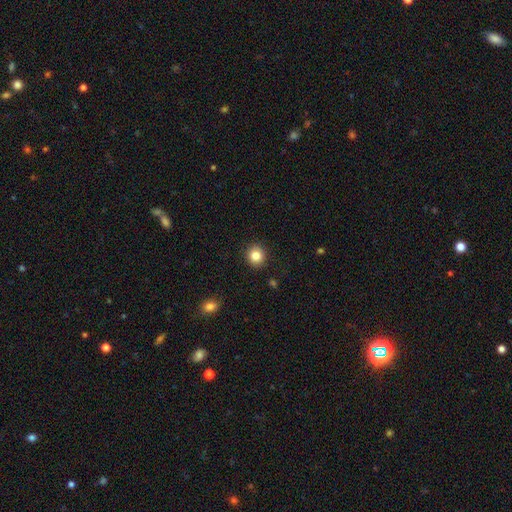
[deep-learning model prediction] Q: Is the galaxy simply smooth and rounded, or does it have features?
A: smooth — 84%.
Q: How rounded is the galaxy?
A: round — 87%.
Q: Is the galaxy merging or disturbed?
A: none — 92%.